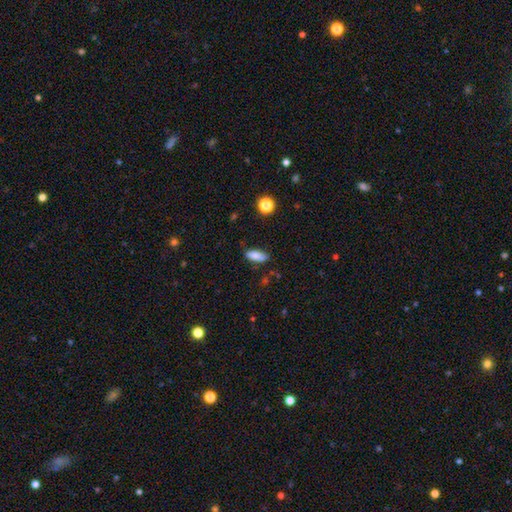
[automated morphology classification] This appears to be a smooth galaxy with no disk features (83%) that is in between round and cigar-shaped (80%). Merging: none (78%).